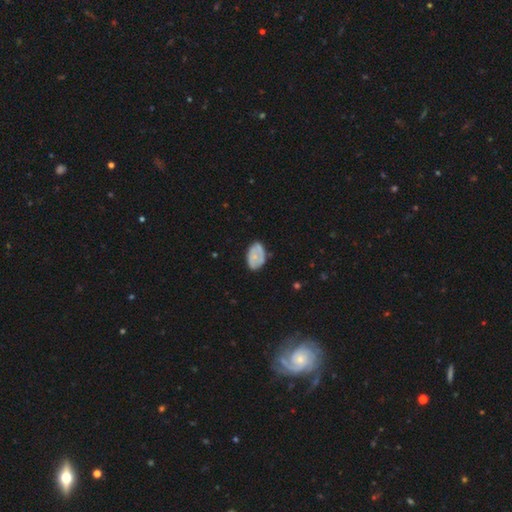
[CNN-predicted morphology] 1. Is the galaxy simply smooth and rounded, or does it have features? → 62% smooth, 31% featured or disk, 7% star or artifact.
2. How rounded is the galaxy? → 90% in between, 9% round, 1% cigar-shaped.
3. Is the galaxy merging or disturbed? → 62% none, 28% minor disturbance, 8% major disturbance, 3% merger.